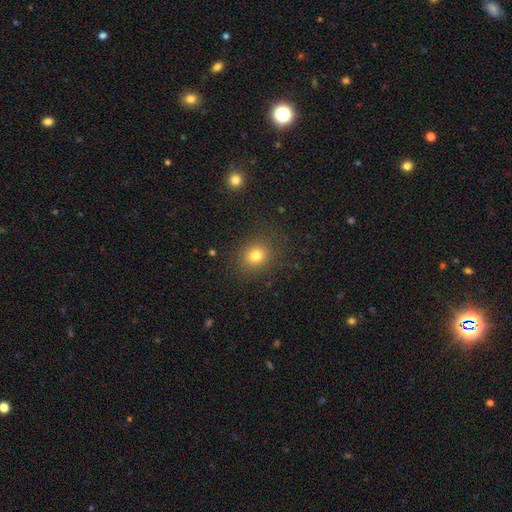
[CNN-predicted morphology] smooth 78%, star or artifact 14%, featured or disk 8%. Down the decision tree: how rounded — round (73%); merging — none (85%).